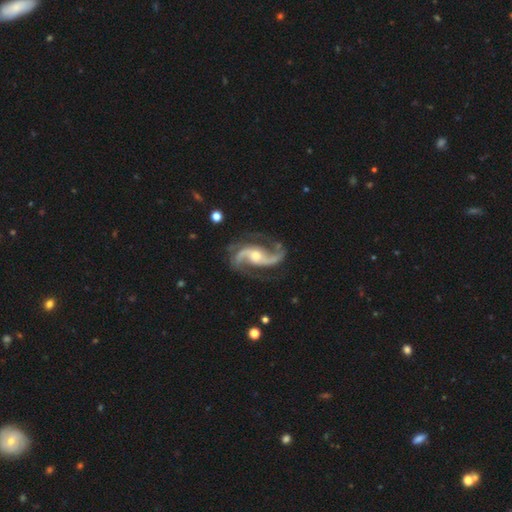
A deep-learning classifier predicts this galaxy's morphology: Q: Smooth or featured?
A: featured or disk (93%); runner-up: star or artifact (4%)
Q: Edge-on disk?
A: no (98%); runner-up: yes (2%)
Q: Bar?
A: no (47%); runner-up: weak (35%)
Q: Spiral arms?
A: yes (98%); runner-up: no (2%)
Q: Spiral winding?
A: medium (46%); runner-up: loose (44%)
Q: Spiral arm count?
A: 2 (91%); runner-up: 3 (3%)
Q: Bulge size?
A: moderate (58%); runner-up: small (34%)
Q: Merging?
A: none (75%); runner-up: minor disturbance (15%)